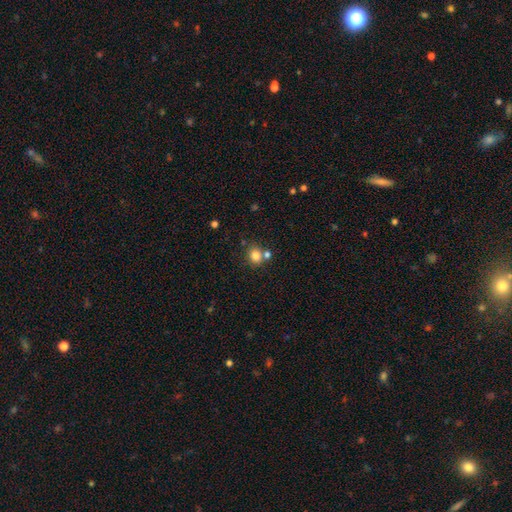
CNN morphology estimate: smooth 81%, star or artifact 12%, featured or disk 7%. Down the decision tree: how rounded — round (74%); merging — none (64%).